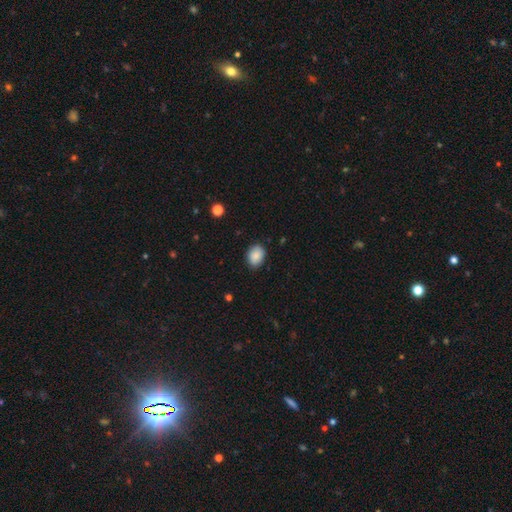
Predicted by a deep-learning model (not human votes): smooth_or_featured: smooth (p=0.88) [alt: star or artifact p=0.08]
how_rounded: in between (p=0.64) [alt: round p=0.35]
merging: none (p=0.84) [alt: minor disturbance p=0.13]